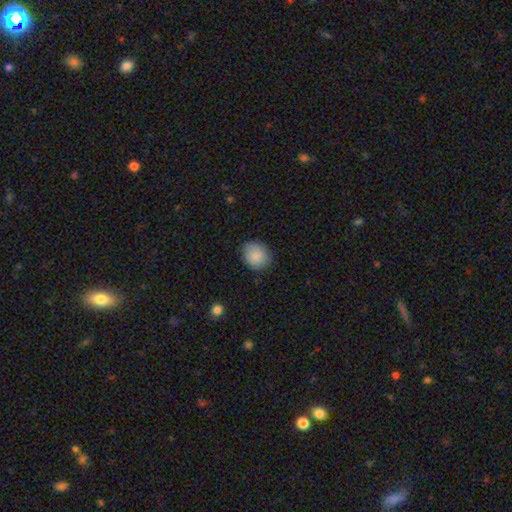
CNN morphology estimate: The model was most divided on "how rounded": round: 59%, in between: 40%, cigar-shaped: 1%. More confident: smooth or featured — smooth (88%); merging — none (82%).